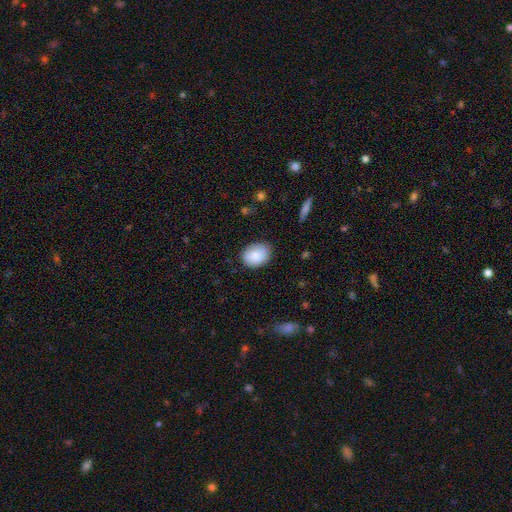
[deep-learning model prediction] The model was most divided on "how rounded": in between: 65%, round: 34%, cigar-shaped: 1%. More confident: smooth or featured — smooth (84%); merging — none (81%).